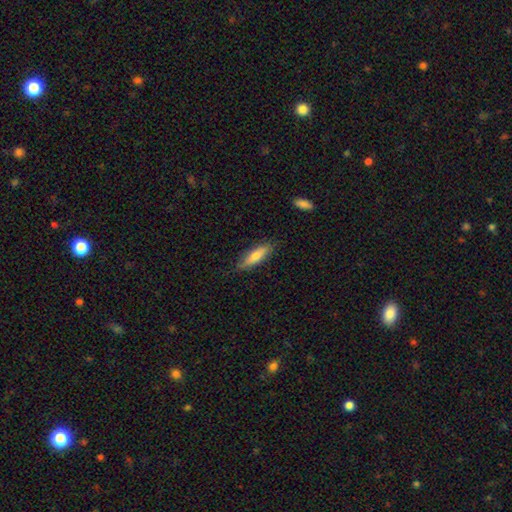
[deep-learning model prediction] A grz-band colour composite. It shows a smooth galaxy with no disk features (69%) that is cigar-shaped (60%). Merging: none (81%).